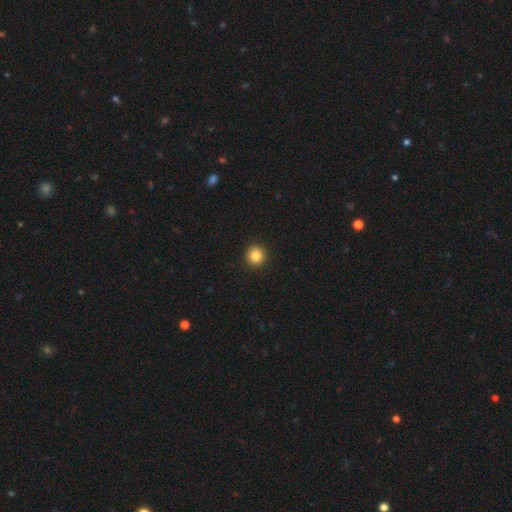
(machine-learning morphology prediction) smooth 84%, star or artifact 11%, featured or disk 5%. Down the decision tree: how rounded — round (94%); merging — none (93%).